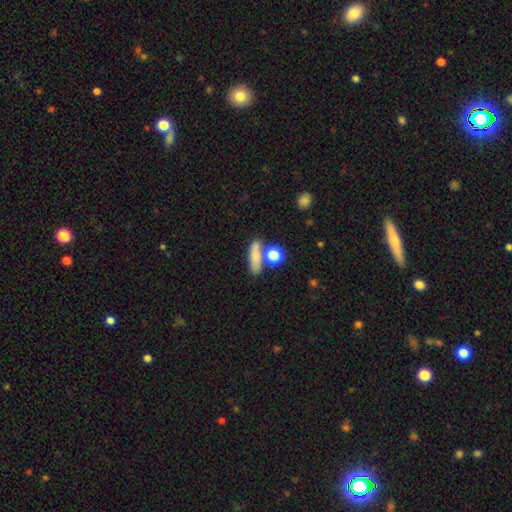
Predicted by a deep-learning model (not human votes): This appears to be a smooth galaxy with no disk features (71%) that is cigar-shaped (41%). Merging: none (57%).